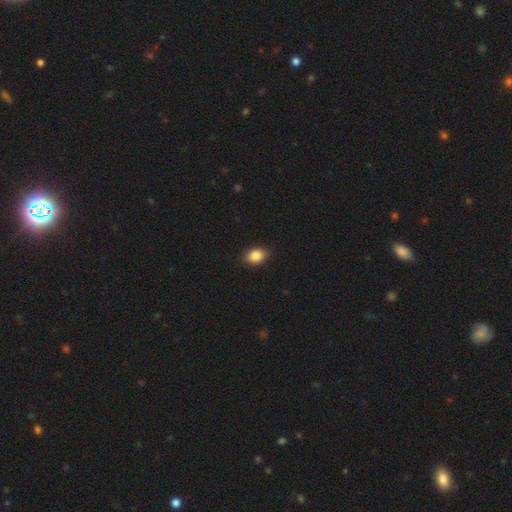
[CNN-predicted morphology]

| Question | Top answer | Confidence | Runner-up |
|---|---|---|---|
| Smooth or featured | smooth | 86% | star or artifact (9%) |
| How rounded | in between | 72% | round (26%) |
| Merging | none | 88% | minor disturbance (9%) |